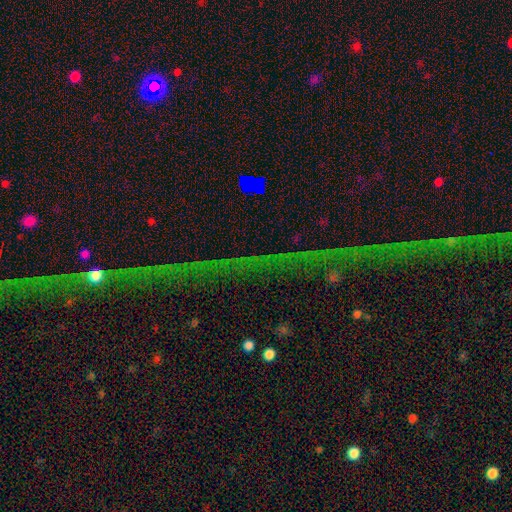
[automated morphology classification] The model was most divided on "smooth or featured": star or artifact: 77%, featured or disk: 14%, smooth: 10%.